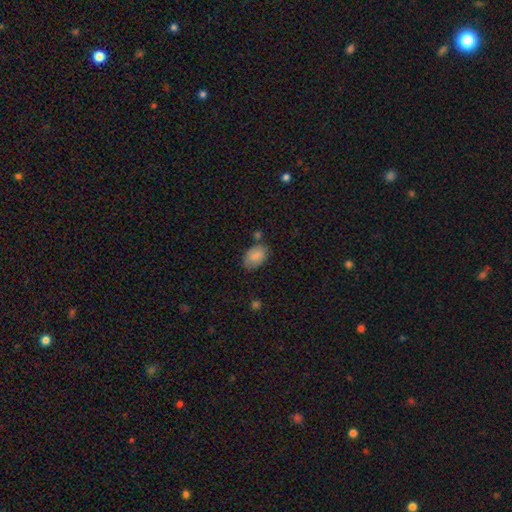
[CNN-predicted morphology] Smooth or featured? Predicted: smooth (p=0.83). How rounded? Predicted: in between (p=0.85). Merging? Predicted: none (p=0.67).